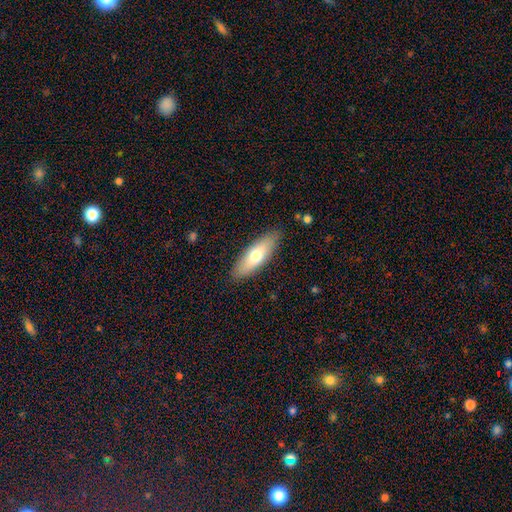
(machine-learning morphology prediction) The model was most divided on "how rounded": in between: 57%, cigar-shaped: 41%, round: 2%. More confident: merging — none (87%); smooth or featured — smooth (67%).